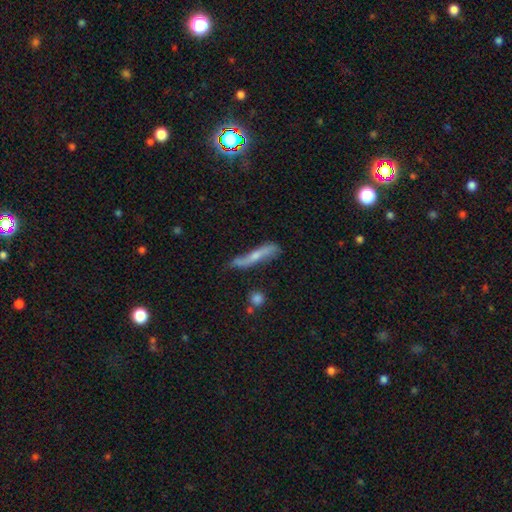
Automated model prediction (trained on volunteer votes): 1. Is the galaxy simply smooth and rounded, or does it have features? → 49% featured or disk, 43% smooth, 7% star or artifact.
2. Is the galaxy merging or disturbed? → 55% none, 31% minor disturbance, 10% major disturbance, 4% merger.